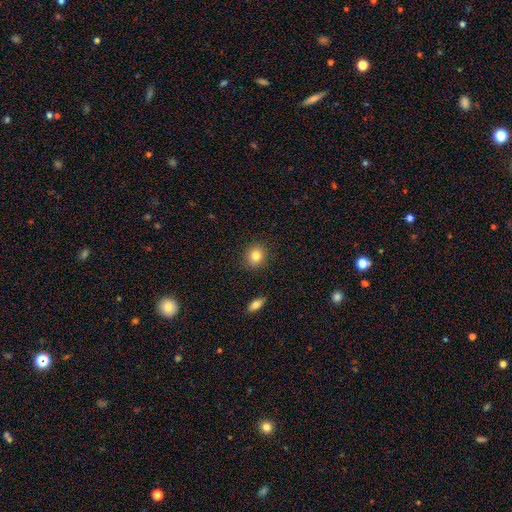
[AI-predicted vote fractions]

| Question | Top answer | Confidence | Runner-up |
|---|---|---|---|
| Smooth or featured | smooth | 82% | star or artifact (10%) |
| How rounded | round | 80% | in between (19%) |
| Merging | none | 90% | minor disturbance (7%) |